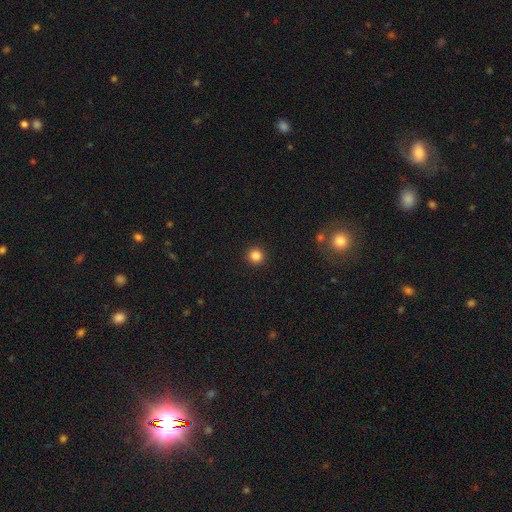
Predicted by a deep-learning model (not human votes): This appears to be a smooth galaxy with no disk features (84%) that is round (94%). Merging: none (93%).